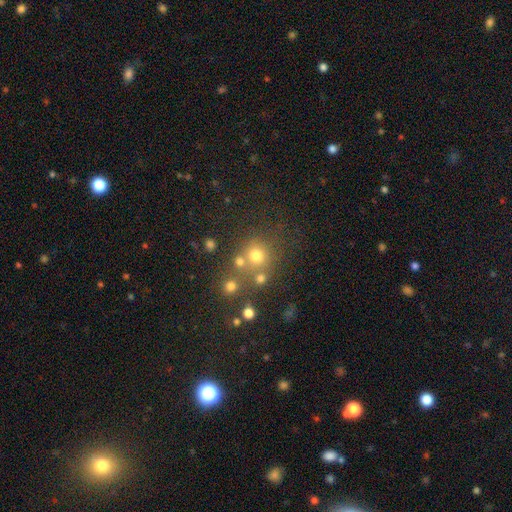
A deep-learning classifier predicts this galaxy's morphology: This is likely a smooth galaxy (68%). How rounded: clearly round (88%). Merging: likely none (63%).